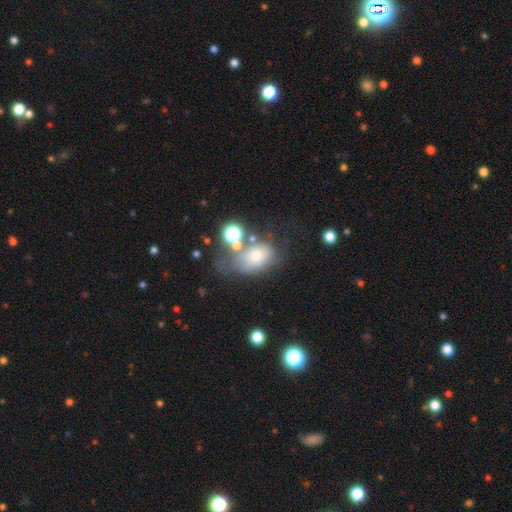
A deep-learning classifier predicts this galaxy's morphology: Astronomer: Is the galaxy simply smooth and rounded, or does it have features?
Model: smooth — 62%.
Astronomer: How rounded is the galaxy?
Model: in between — 74%.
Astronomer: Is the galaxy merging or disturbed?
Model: none — 34% (runner-up: major disturbance, 23%).